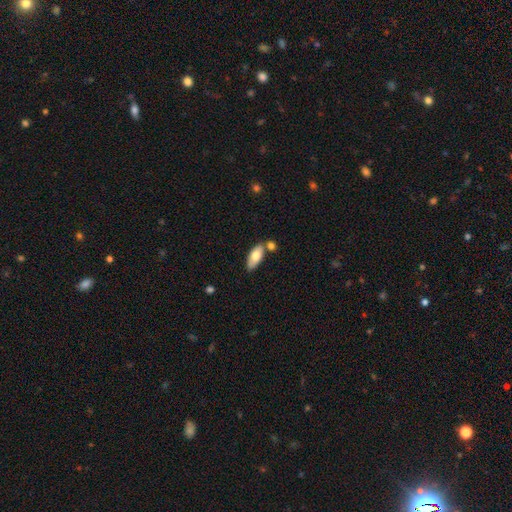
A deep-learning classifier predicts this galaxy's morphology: The model was most divided on "smooth or featured": smooth: 71%, featured or disk: 23%, star or artifact: 6%. More confident: how rounded — in between (85%); merging — none (68%).